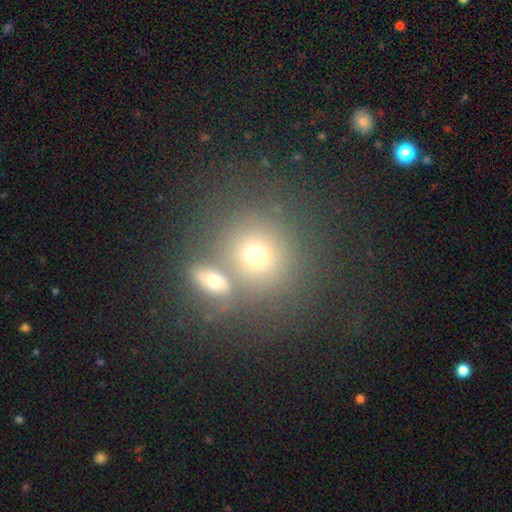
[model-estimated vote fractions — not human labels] This is likely a smooth galaxy (68%). How rounded: clearly round (83%). Merging: possibly none (53%).